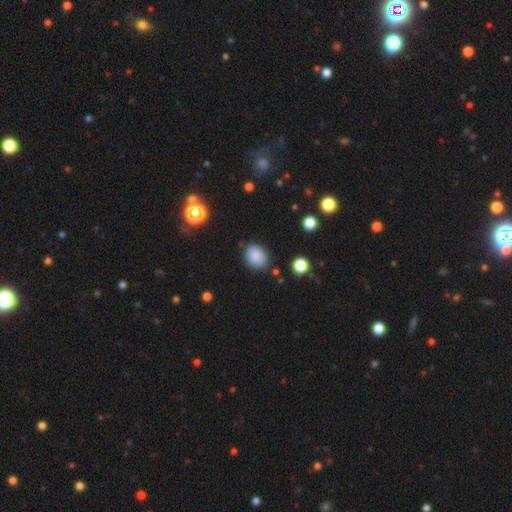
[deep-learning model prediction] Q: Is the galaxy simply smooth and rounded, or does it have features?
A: smooth — 85%.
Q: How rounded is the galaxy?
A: in between — 50%.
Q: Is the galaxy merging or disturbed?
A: none — 80%.